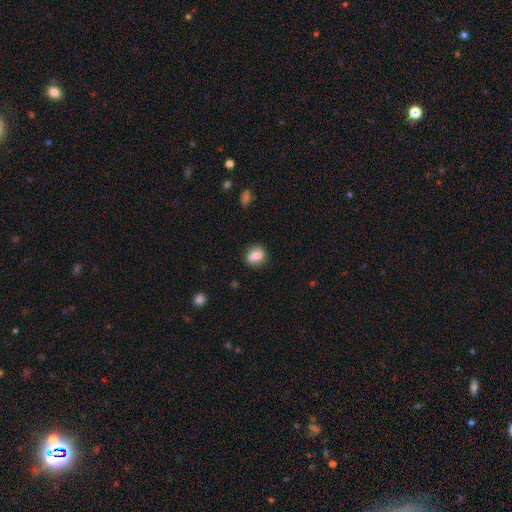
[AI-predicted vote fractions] A smooth galaxy with no disk features (75%) that is round (51%).

Vote fractions:
- Smooth or featured? smooth: 75% / featured or disk: 16% / star or artifact: 9%
- How rounded? round: 51% / in between: 46% / cigar-shaped: 2%
- Merging? none: 69% / minor disturbance: 19% / merger: 7% / major disturbance: 5%